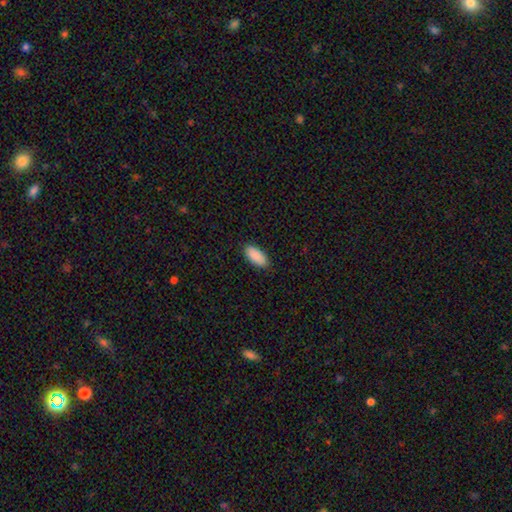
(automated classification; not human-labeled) Smooth or featured? Predicted: smooth (p=0.91). How rounded? Predicted: in between (p=0.90). Merging? Predicted: none (p=0.89).